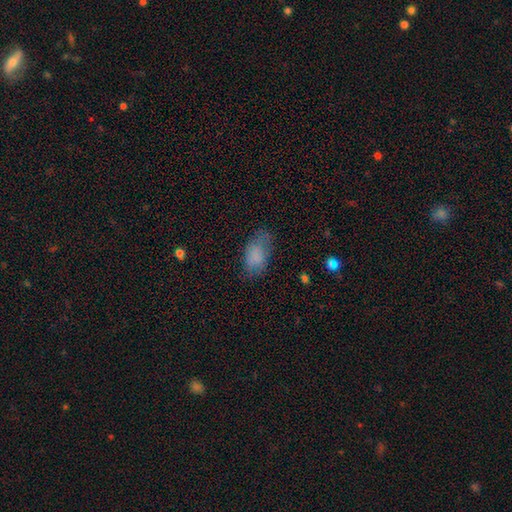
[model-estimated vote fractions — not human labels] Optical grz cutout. It shows a smooth galaxy with no disk features (78%) that is in between round and cigar-shaped (92%). Merging: none (63%).